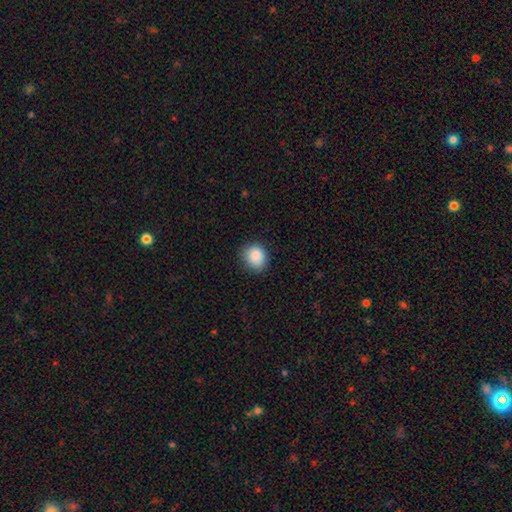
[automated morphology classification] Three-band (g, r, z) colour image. It shows a smooth galaxy with no disk features (88%) that is round (66%). Merging: none (80%).